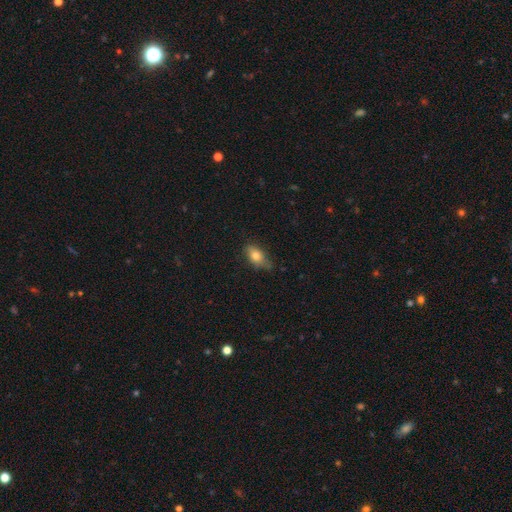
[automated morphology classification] A smooth galaxy with no disk features (75%) that is in between round and cigar-shaped (83%). Merging: none (62%).